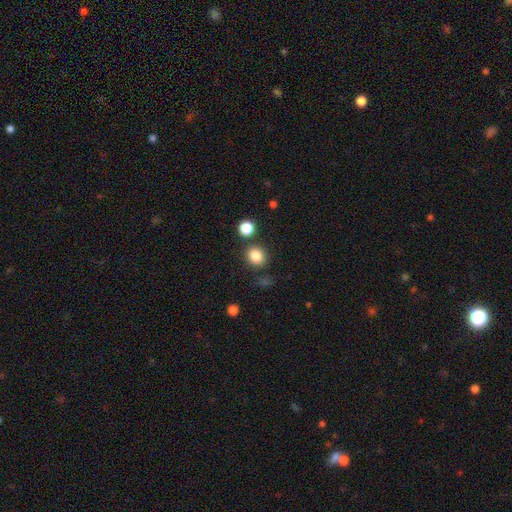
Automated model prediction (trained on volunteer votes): A smooth galaxy with no disk features (85%) that is round (75%).

Vote fractions:
- Smooth or featured? smooth: 85% / star or artifact: 11% / featured or disk: 4%
- How rounded? round: 75% / in between: 24% / cigar-shaped: 1%
- Merging? none: 81% / minor disturbance: 9% / merger: 7% / major disturbance: 3%